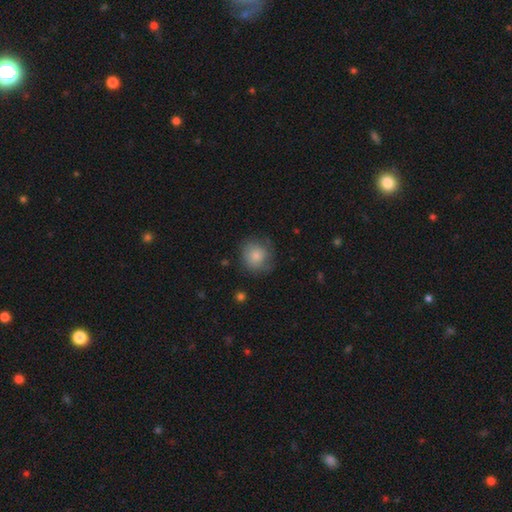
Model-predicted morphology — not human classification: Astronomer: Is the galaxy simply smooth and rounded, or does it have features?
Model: smooth — 78%.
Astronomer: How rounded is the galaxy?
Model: round — 87%.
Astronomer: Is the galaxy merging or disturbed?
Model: none — 70%.